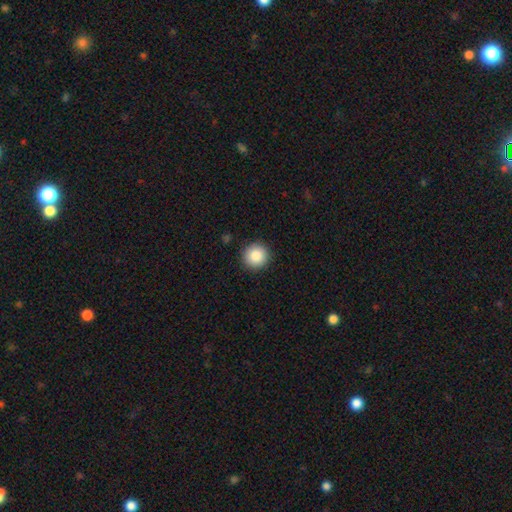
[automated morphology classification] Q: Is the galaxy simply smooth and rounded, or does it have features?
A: smooth — 86%.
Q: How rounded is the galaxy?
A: round — 95%.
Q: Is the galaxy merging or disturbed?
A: none — 92%.